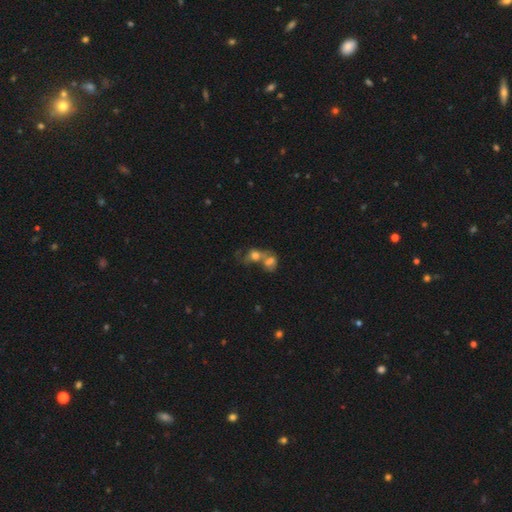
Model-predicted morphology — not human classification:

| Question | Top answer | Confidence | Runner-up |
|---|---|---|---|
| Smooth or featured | smooth | 54% | featured or disk (31%) |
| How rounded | in between | 55% | round (42%) |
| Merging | merger | 66% | none (18%) |